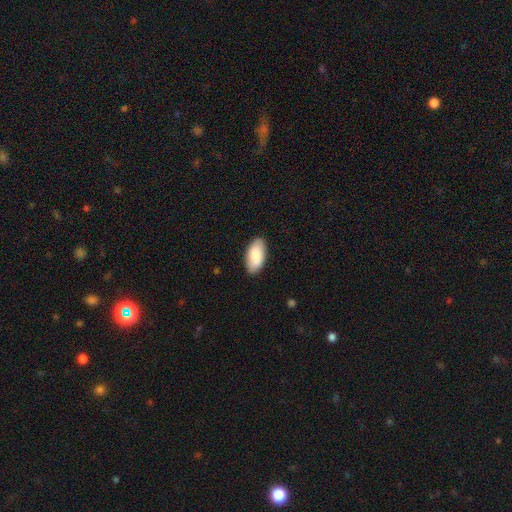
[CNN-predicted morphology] smooth-or-featured: smooth: 85% | featured or disk: 9% | star or artifact: 6%
  how-rounded: in between: 94% | cigar-shaped: 4% | round: 2%
  merging: none: 87% | minor disturbance: 10% | major disturbance: 2% | merger: 1%